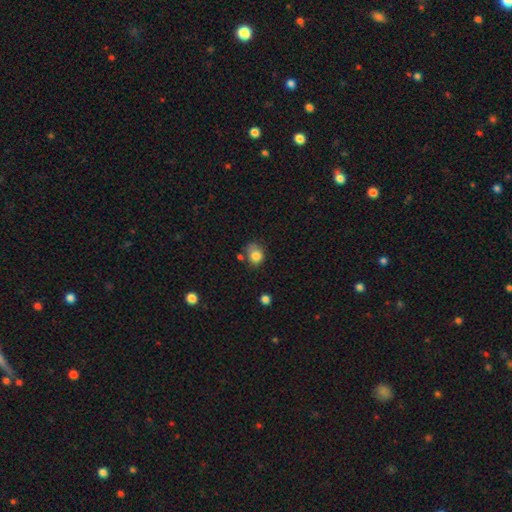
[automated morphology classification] smooth 82%, star or artifact 10%, featured or disk 8%. Down the decision tree: how rounded — round (67%); merging — none (52%).